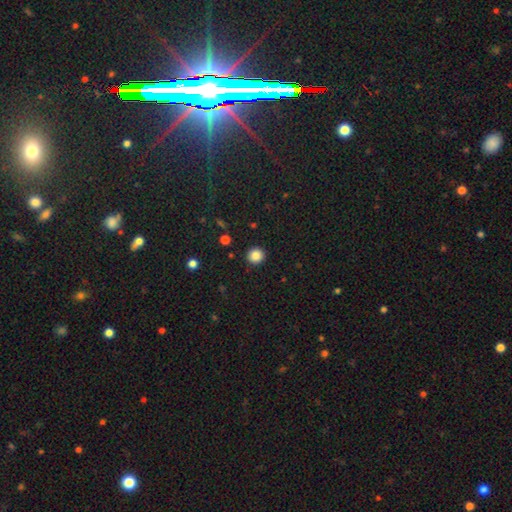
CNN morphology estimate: A smooth galaxy with no disk features (86%) that is round (93%). Merging: none (93%).